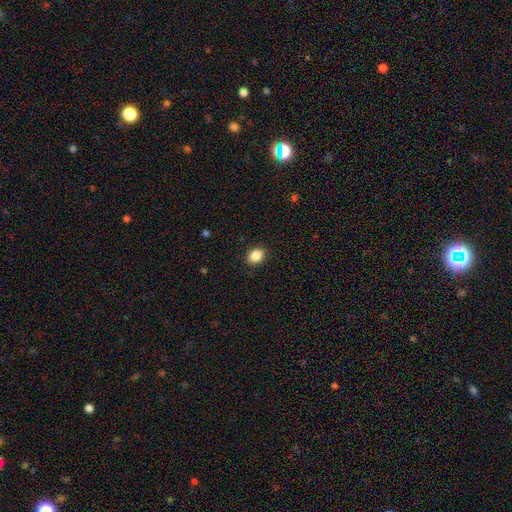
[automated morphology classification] Smooth or featured?
  - smooth: 86% *
  - star or artifact: 9%
  - featured or disk: 5%
How rounded?
  - in between: 63% *
  - round: 36%
  - cigar-shaped: 1%
Merging?
  - none: 89% *
  - minor disturbance: 8%
  - major disturbance: 2%
  - merger: 1%